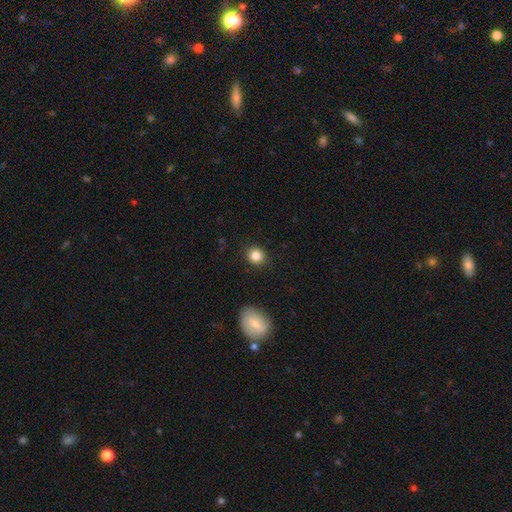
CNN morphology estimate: Smooth or featured? Predicted: smooth (p=0.85). How rounded? Predicted: round (p=0.82). Merging? Predicted: none (p=0.89).